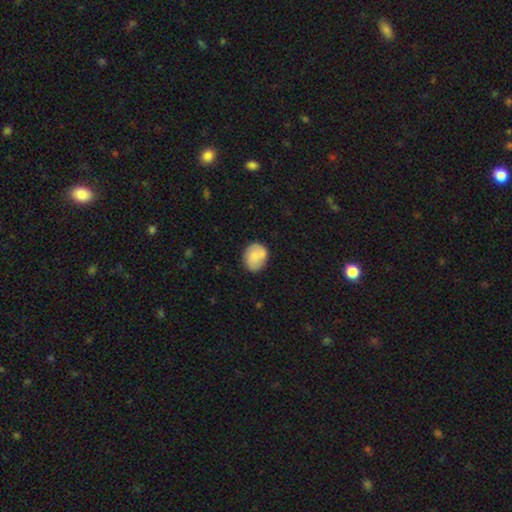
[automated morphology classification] This appears to be a smooth galaxy with no disk features (72%) that is round (56%). Merging: none (66%).